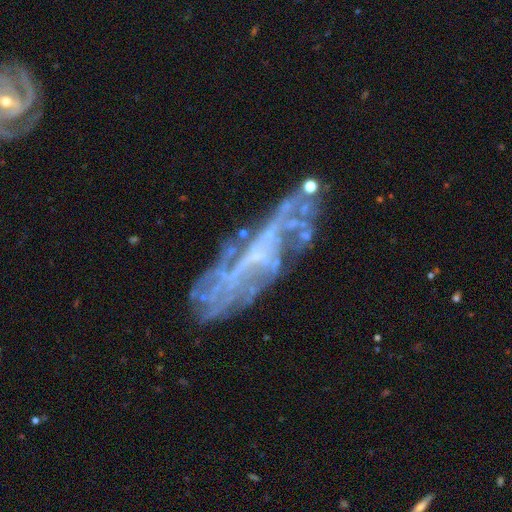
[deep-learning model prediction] A featured or disk galaxy (75%) with no bar (50%), spiral arms (75%) and no central bulge (43%). Merging: none (60%).